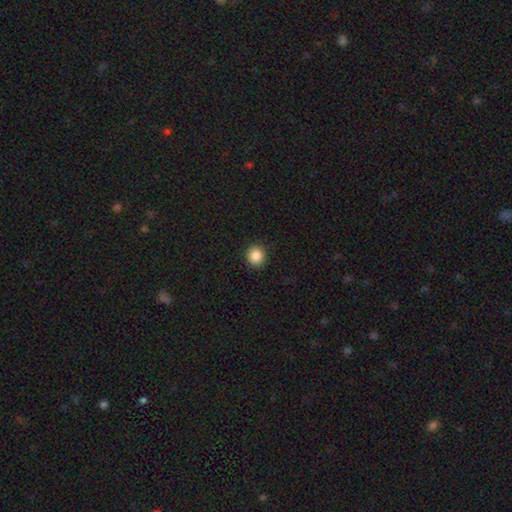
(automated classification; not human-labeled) Smooth or featured: smooth — 88% (star or artifact — 10%)
How rounded: round — 91% (in between — 8%)
Merging: none — 91% (minor disturbance — 6%)